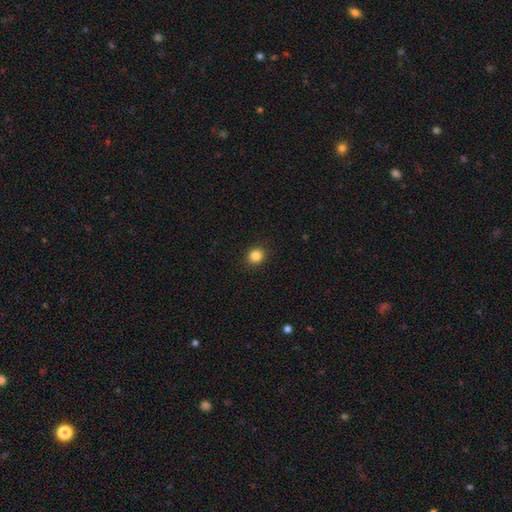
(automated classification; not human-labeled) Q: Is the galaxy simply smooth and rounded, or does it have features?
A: smooth — 85%.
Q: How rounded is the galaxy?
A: round — 87%.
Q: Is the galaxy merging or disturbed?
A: none — 92%.